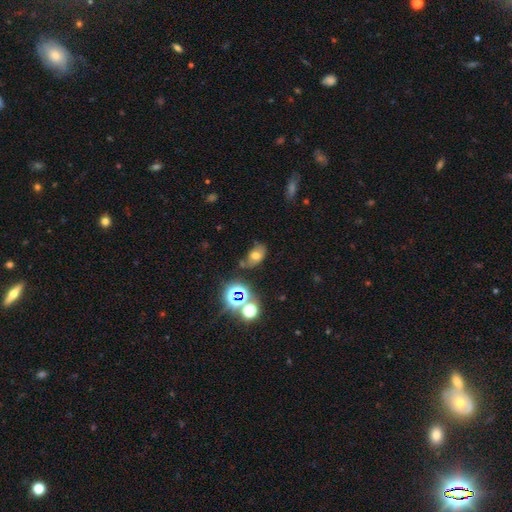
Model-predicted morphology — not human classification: Overall: smooth (57%; star or artifact 22%). How rounded: in between (82%). Merging: none (50%; minor disturbance 27%).